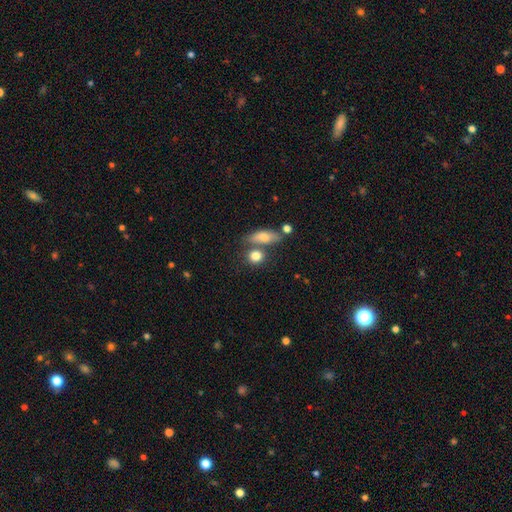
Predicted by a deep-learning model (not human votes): The model was most divided on "merging": none: 59%, merger: 25%, minor disturbance: 12%, major disturbance: 5%. More confident: smooth or featured — smooth (81%); how rounded — round (66%).